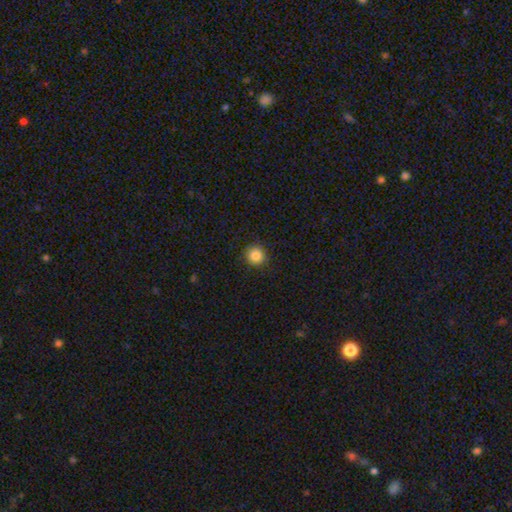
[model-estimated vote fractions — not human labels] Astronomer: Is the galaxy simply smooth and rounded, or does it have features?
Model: smooth — 86%.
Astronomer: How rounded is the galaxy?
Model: round — 94%.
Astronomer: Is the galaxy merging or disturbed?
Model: none — 91%.